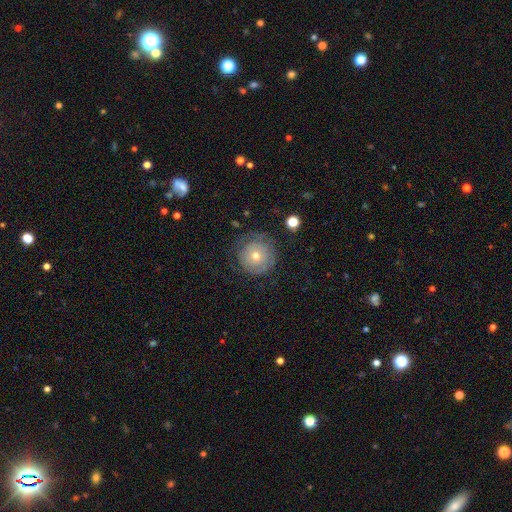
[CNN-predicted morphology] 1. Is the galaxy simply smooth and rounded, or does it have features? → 48% featured or disk, 44% smooth, 8% star or artifact.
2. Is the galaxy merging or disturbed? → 66% none, 20% minor disturbance, 12% major disturbance, 2% merger.